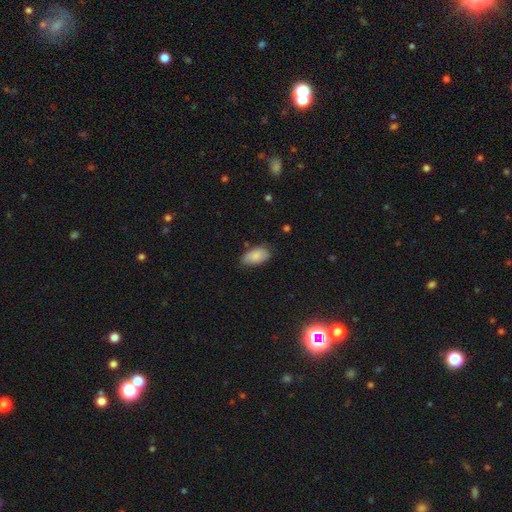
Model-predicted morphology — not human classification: type=smooth (85%); roundness=in between (94%); merging=none (68%).